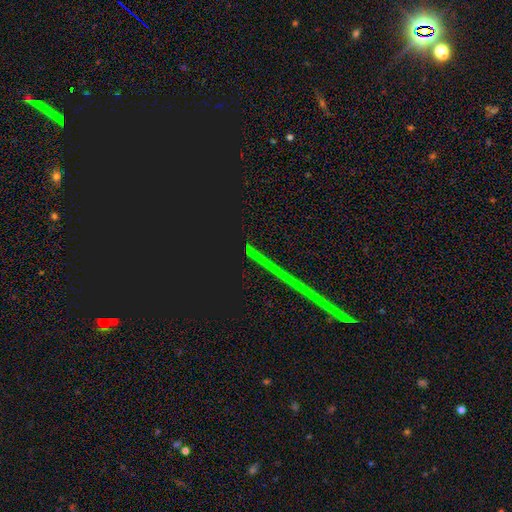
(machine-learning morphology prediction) Smooth or featured?
  - star or artifact: 79% *
  - featured or disk: 12%
  - smooth: 9%